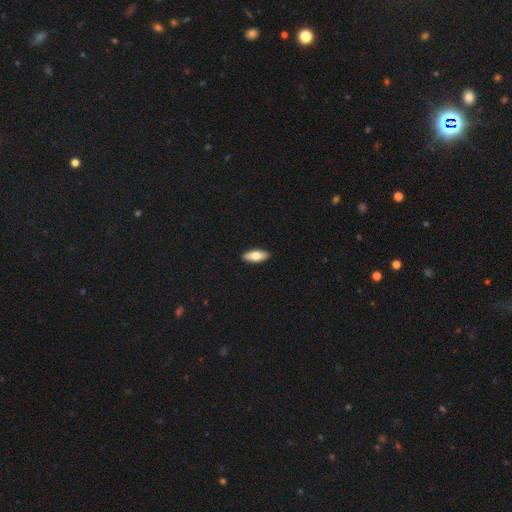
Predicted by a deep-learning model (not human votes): The model was most divided on "smooth or featured": smooth: 76%, featured or disk: 18%, star or artifact: 5%. More confident: merging — none (91%); how rounded — in between (78%).